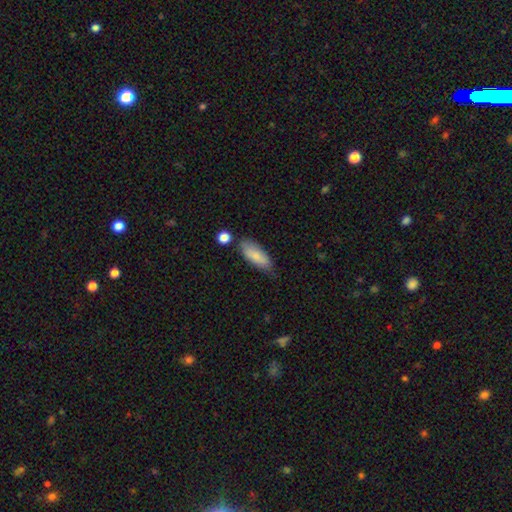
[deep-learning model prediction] Smooth or featured? Predicted: smooth (p=0.81). How rounded? Predicted: in between (p=0.73). Merging? Predicted: none (p=0.69).